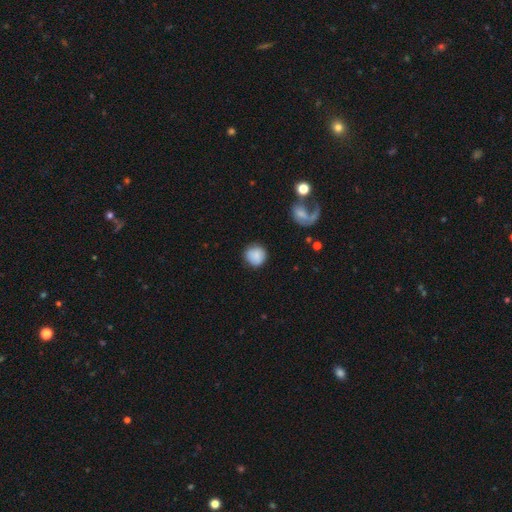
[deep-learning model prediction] The model was most divided on "merging": none: 84%, minor disturbance: 10%, major disturbance: 3%, merger: 2%. More confident: how rounded — round (92%); smooth or featured — smooth (85%).